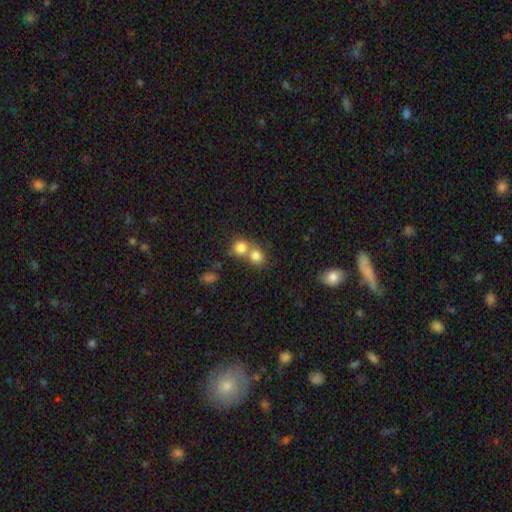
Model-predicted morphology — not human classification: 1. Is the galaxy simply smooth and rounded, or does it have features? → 79% smooth, 12% star or artifact, 9% featured or disk.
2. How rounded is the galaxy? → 78% round, 21% in between, 1% cigar-shaped.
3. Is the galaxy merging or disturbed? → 54% merger, 38% none, 6% minor disturbance, 3% major disturbance.